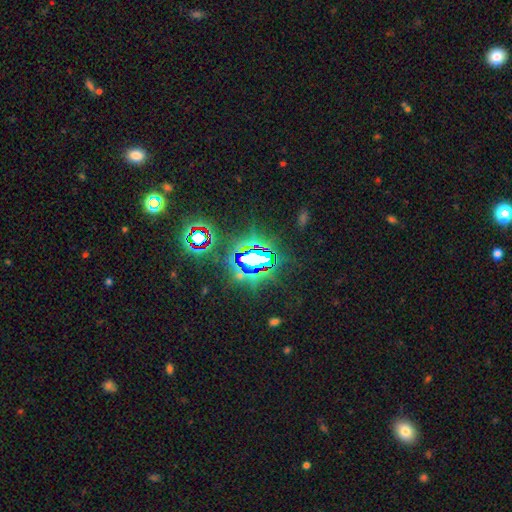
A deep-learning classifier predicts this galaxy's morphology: Smooth or featured: star or artifact — 79% (featured or disk — 11%)